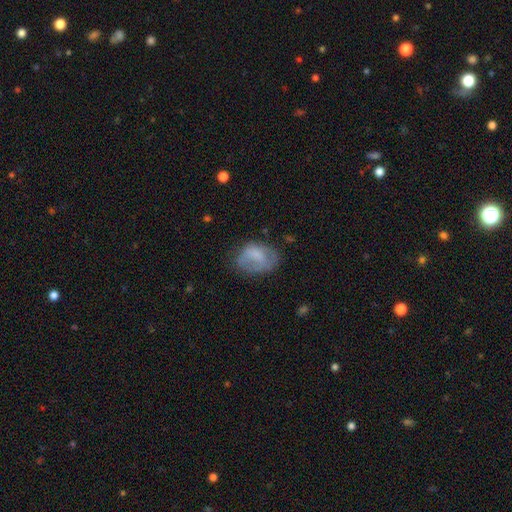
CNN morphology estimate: smooth 65%, featured or disk 27%, star or artifact 9%. Down the decision tree: how rounded — in between (69%); merging — none (49%).